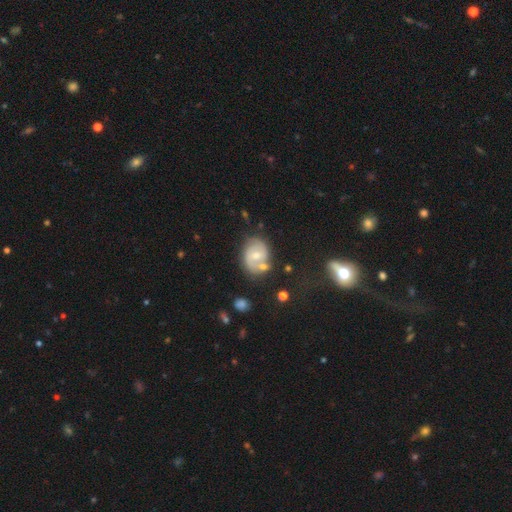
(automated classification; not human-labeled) A featured or disk galaxy (66%) with a weak bar (49%), 2 (76%) medium (47%) spiral arms (85%) and a moderate central bulge (53%).

Vote fractions:
- Smooth or featured? featured or disk: 66% / smooth: 26% / star or artifact: 8%
- Edge-on disk? no: 97% / yes: 3%
- Bar? weak: 49% / no: 40% / strong: 10%
- Spiral arms? yes: 85% / no: 15%
- Spiral winding? medium: 47% / tight: 35% / loose: 18%
- Spiral arm count? 2: 76% / can't tell: 14% / 1: 5% / 3: 3% / 4: 1% / more than 4: 1%
- Bulge size? moderate: 53% / small: 40% / none: 3% / large: 3% / dominant: 1%
- Merging? none: 55% / minor disturbance: 19% / merger: 18% / major disturbance: 8%